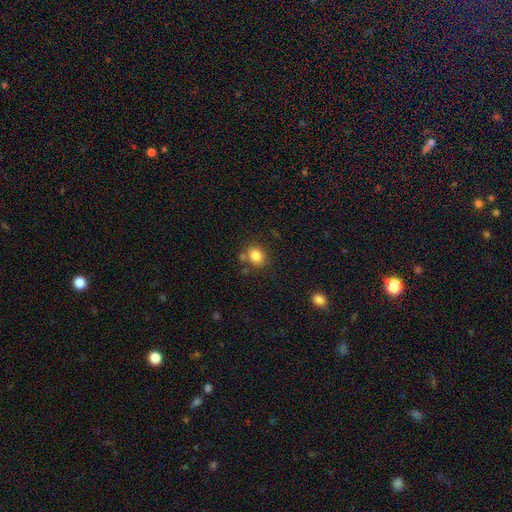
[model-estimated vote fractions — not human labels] smooth-or-featured: smooth: 83% | star or artifact: 10% | featured or disk: 7%
  how-rounded: round: 61% | in between: 38% | cigar-shaped: 1%
  merging: none: 72% | minor disturbance: 13% | merger: 11% | major disturbance: 4%